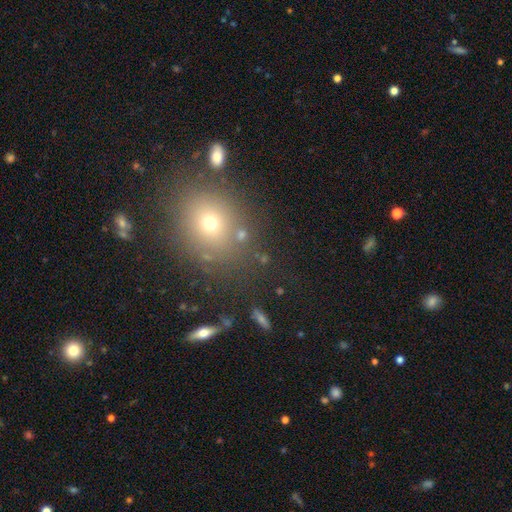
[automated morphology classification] smooth-or-featured: smooth: 58% | star or artifact: 31% | featured or disk: 11%
  how-rounded: round: 72% | in between: 27% | cigar-shaped: 1%
  merging: none: 81% | minor disturbance: 9% | merger: 5% | major disturbance: 4%